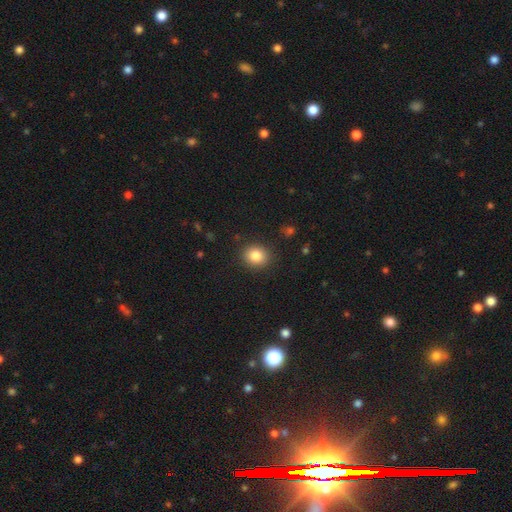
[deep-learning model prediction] Smooth or featured? smooth (84%)
How rounded? round (71%)
Merging? none (89%)